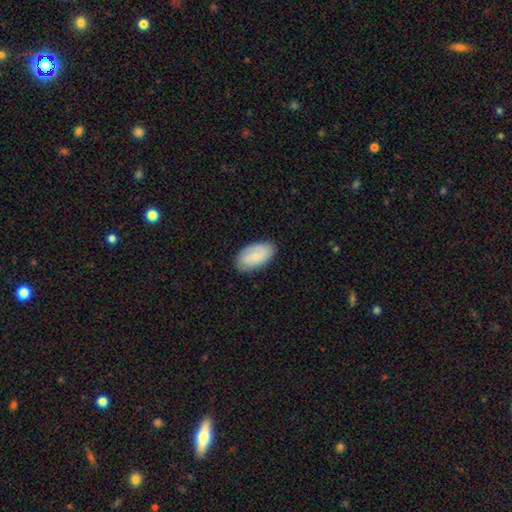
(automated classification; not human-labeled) Smooth or featured? smooth (53%)
How rounded? in between (94%)
Merging? none (82%)